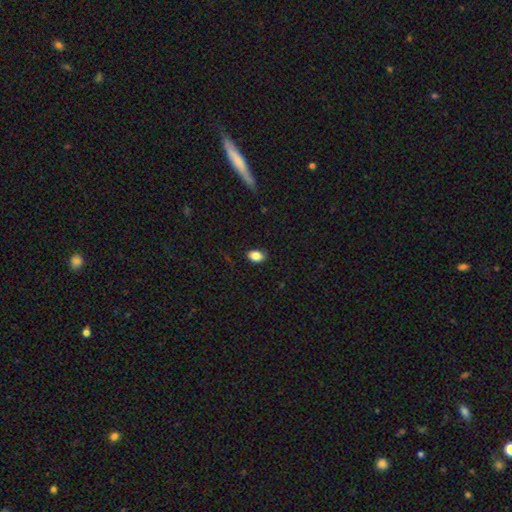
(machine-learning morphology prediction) A smooth galaxy with no disk features (86%) that is in between round and cigar-shaped (86%). Merging: none (87%).